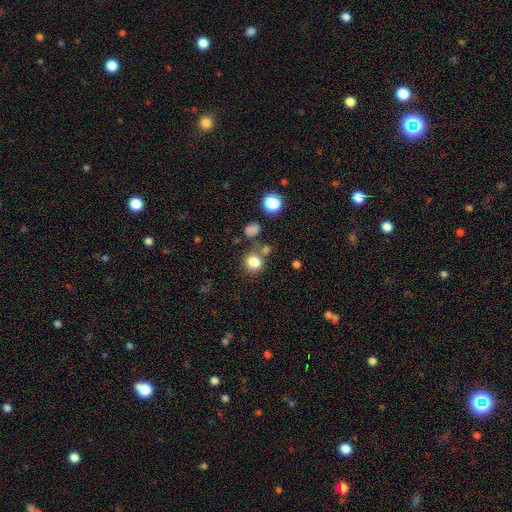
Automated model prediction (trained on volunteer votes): Overall: smooth (61%; star or artifact 33%). How rounded: round (90%). Merging: none (78%).